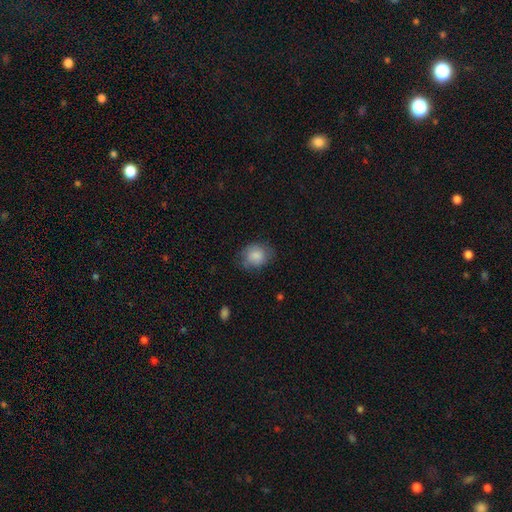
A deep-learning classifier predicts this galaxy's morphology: Smooth or featured? smooth (83%)
How rounded? round (56%)
Merging? none (67%)